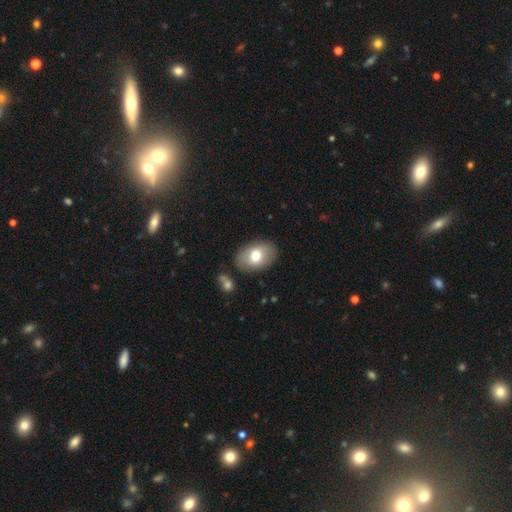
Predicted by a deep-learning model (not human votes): smooth_or_featured: smooth (p=0.72) [alt: featured or disk p=0.21]
how_rounded: in between (p=0.84) [alt: round p=0.15]
merging: none (p=0.82) [alt: minor disturbance p=0.11]